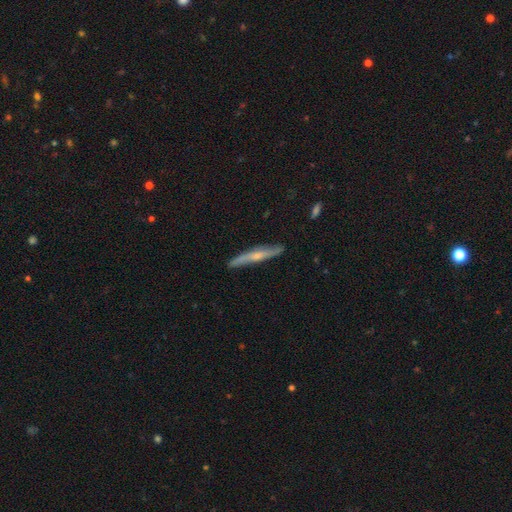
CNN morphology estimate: Smooth or featured?
  - featured or disk: 60% *
  - smooth: 34%
  - star or artifact: 6%
Edge-on disk?
  - yes: 85% *
  - no: 15%
Edge-on bulge?
  - rounded: 61% *
  - none: 32%
  - boxy: 7%
Merging?
  - none: 84% *
  - minor disturbance: 13%
  - major disturbance: 2%
  - merger: 1%